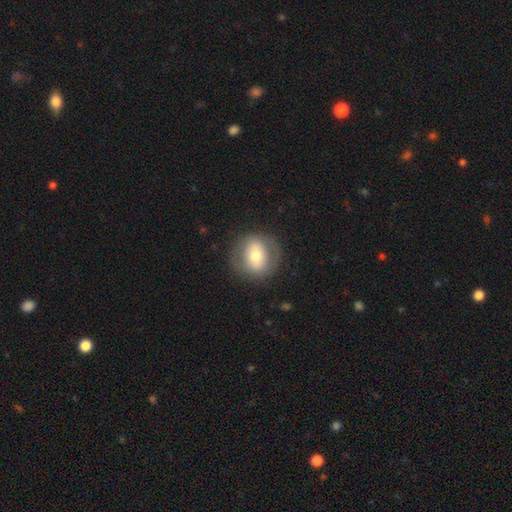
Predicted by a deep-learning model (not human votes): Smooth or featured?
  - smooth: 54% *
  - featured or disk: 39%
  - star or artifact: 7%
How rounded?
  - round: 76% *
  - in between: 22%
  - cigar-shaped: 1%
Merging?
  - none: 81% *
  - minor disturbance: 12%
  - major disturbance: 6%
  - merger: 1%